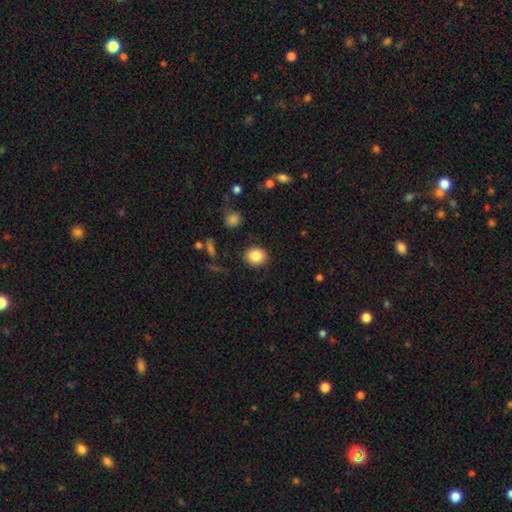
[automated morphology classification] Q: Smooth or featured?
A: smooth (86%); runner-up: star or artifact (9%)
Q: How rounded?
A: round (66%); runner-up: in between (33%)
Q: Merging?
A: none (87%); runner-up: minor disturbance (8%)